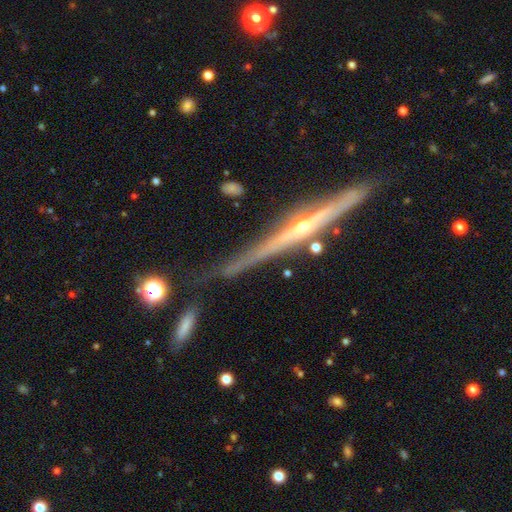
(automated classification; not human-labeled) This appears to be a featured or disk galaxy (86%) viewed edge-on (98%) with a rounded central bulge (80%). Merging: none (80%).